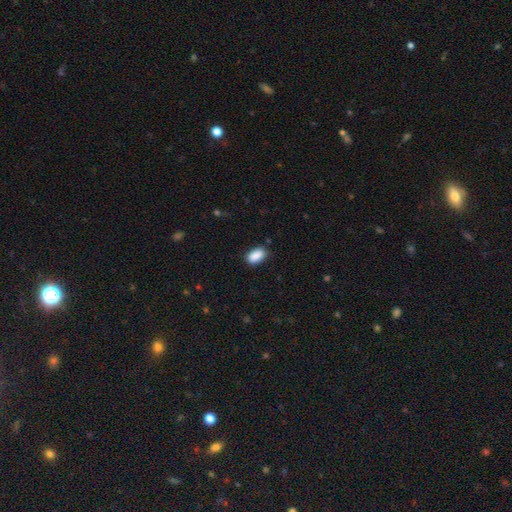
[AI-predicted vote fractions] Smooth or featured?
  - smooth: 89% *
  - star or artifact: 7%
  - featured or disk: 4%
How rounded?
  - in between: 91% *
  - round: 5%
  - cigar-shaped: 4%
Merging?
  - none: 83% *
  - minor disturbance: 13%
  - major disturbance: 3%
  - merger: 2%